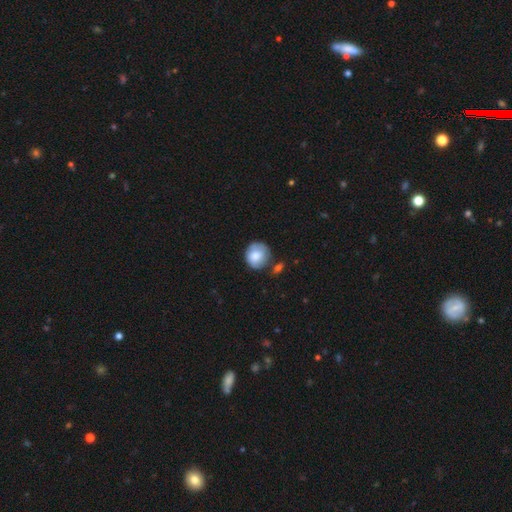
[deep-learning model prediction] This is likely a smooth galaxy (74%). How rounded: clearly round (85%). Merging: likely none (63%).